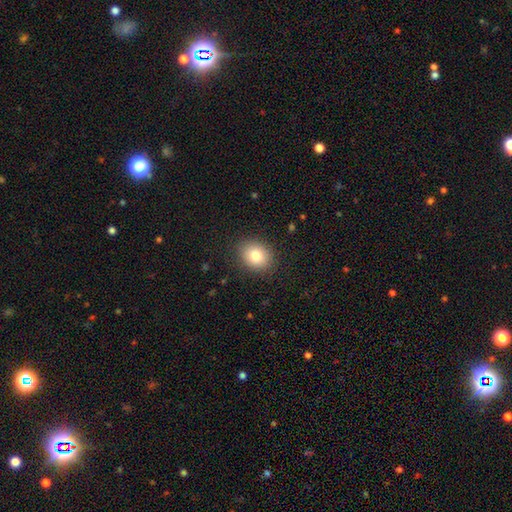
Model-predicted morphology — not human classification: Smooth or featured?
  - smooth: 80% *
  - featured or disk: 10%
  - star or artifact: 10%
How rounded?
  - round: 59% *
  - in between: 40%
  - cigar-shaped: 1%
Merging?
  - none: 88% *
  - minor disturbance: 8%
  - major disturbance: 3%
  - merger: 1%